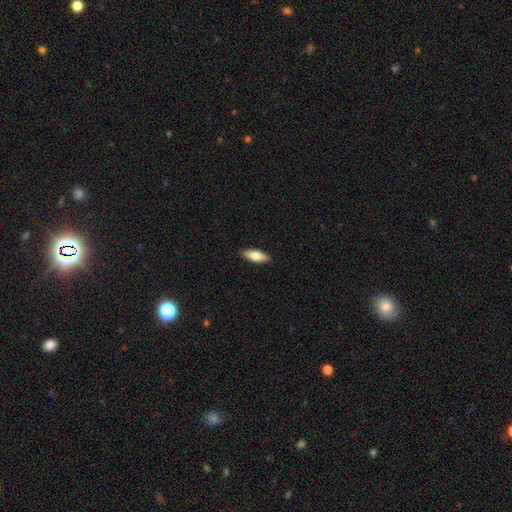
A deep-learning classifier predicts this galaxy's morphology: Smooth or featured? smooth (74%)
How rounded? in between (66%)
Merging? none (90%)